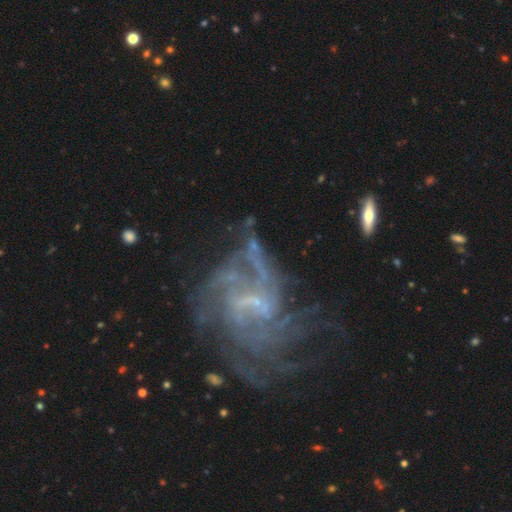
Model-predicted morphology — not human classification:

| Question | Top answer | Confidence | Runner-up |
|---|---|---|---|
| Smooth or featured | featured or disk | 82% | star or artifact (10%) |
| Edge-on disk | no | 97% | yes (3%) |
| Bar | weak | 47% | no (34%) |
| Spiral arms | yes | 85% | no (15%) |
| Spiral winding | medium | 42% | tight (30%) |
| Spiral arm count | can't tell | 36% | 3 (16%) |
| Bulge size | small | 57% | none (30%) |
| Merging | none | 44% | major disturbance (32%) |